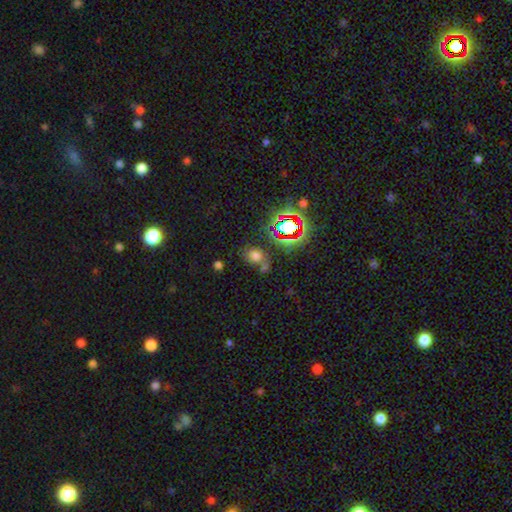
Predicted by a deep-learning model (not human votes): A smooth galaxy with no disk features (62%) that is round (51%). Merging: none (60%).